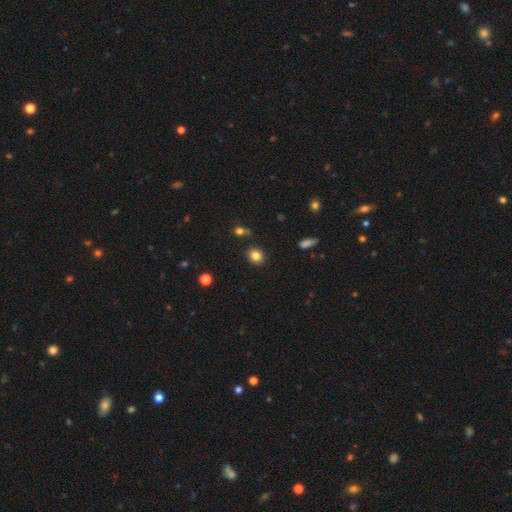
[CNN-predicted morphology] Q: Smooth or featured?
A: smooth (84%); runner-up: star or artifact (11%)
Q: How rounded?
A: round (76%); runner-up: in between (23%)
Q: Merging?
A: none (86%); runner-up: minor disturbance (8%)